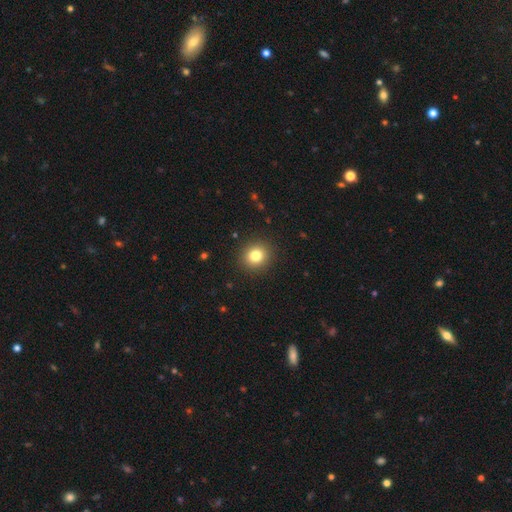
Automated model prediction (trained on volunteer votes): Smooth or featured? Predicted: smooth (p=0.81). How rounded? Predicted: round (p=0.85). Merging? Predicted: none (p=0.91).